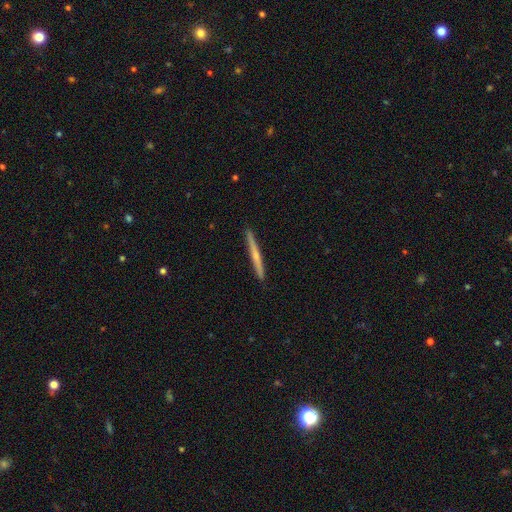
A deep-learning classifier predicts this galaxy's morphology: Smooth or featured: featured or disk — 56% (smooth — 38%)
Edge-on disk: yes — 98% (no — 2%)
Edge-on bulge: rounded — 55% (none — 40%)
Merging: none — 92% (minor disturbance — 6%)